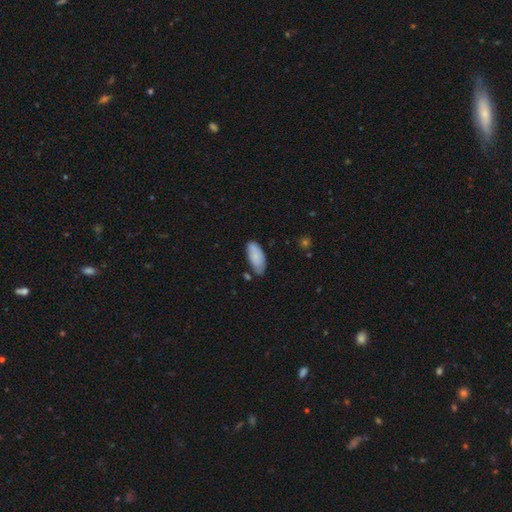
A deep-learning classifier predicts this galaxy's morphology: Overall: smooth (81%). How rounded: in between (89%). Merging: none (66%).